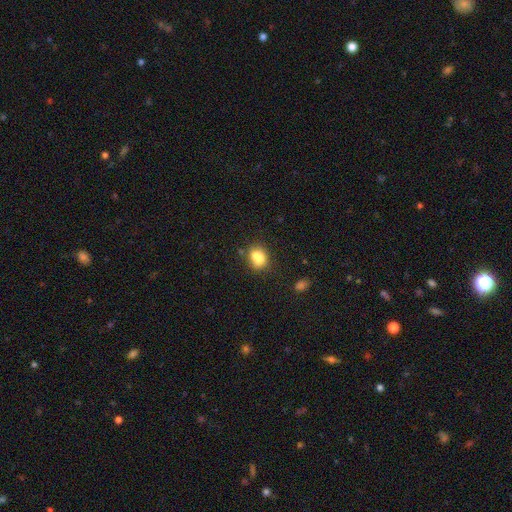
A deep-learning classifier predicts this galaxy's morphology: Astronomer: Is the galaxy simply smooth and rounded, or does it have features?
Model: smooth — 75%.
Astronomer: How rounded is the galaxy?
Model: in between — 50% (runner-up: round, 48%).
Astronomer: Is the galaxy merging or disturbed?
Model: none — 43% (runner-up: merger, 36%).